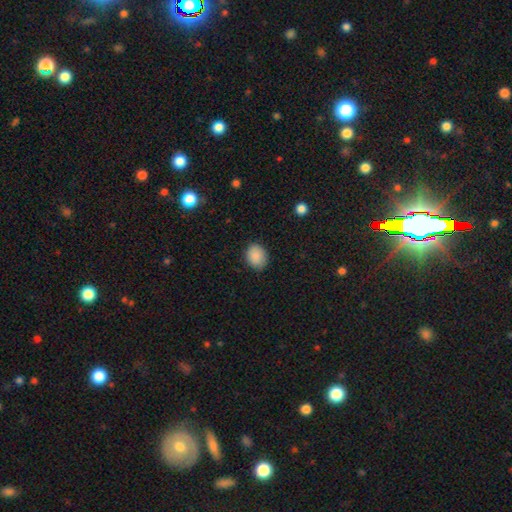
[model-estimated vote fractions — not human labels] Smooth or featured?
  - smooth: 88% *
  - star or artifact: 8%
  - featured or disk: 4%
How rounded?
  - round: 55% *
  - in between: 44%
  - cigar-shaped: 1%
Merging?
  - none: 83% *
  - minor disturbance: 13%
  - major disturbance: 3%
  - merger: 1%